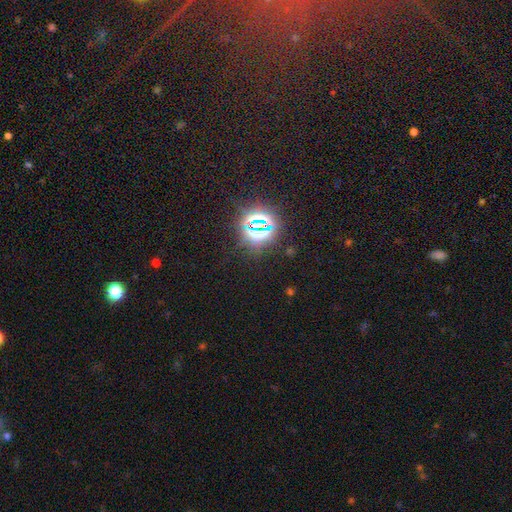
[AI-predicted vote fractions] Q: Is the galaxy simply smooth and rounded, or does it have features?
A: star or artifact — 69%.